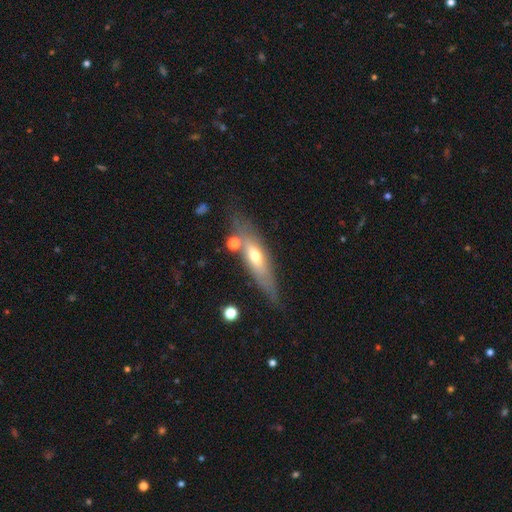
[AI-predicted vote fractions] Q: Smooth or featured?
A: featured or disk (52%); runner-up: smooth (42%)
Q: Edge-on disk?
A: yes (69%); runner-up: no (31%)
Q: Merging?
A: none (70%); runner-up: minor disturbance (17%)